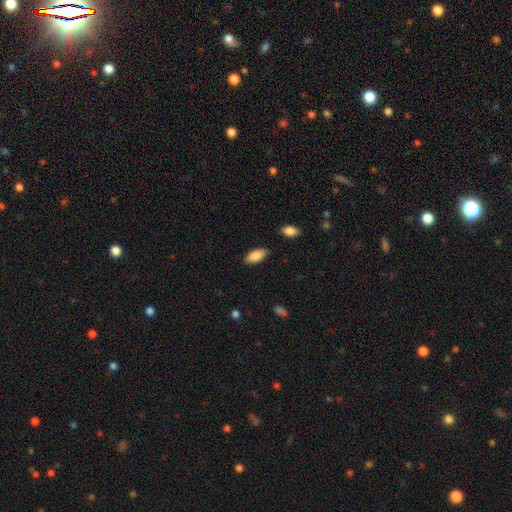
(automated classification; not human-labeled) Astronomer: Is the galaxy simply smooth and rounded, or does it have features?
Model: smooth — 86%.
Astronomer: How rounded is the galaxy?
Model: in between — 87%.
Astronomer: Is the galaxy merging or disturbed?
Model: none — 85%.